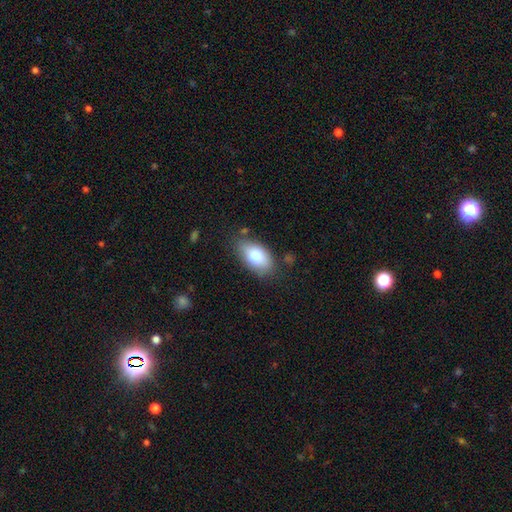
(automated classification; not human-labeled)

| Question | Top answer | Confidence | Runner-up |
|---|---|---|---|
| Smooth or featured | smooth | 80% | featured or disk (13%) |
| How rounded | in between | 92% | round (5%) |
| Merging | none | 77% | minor disturbance (17%) |